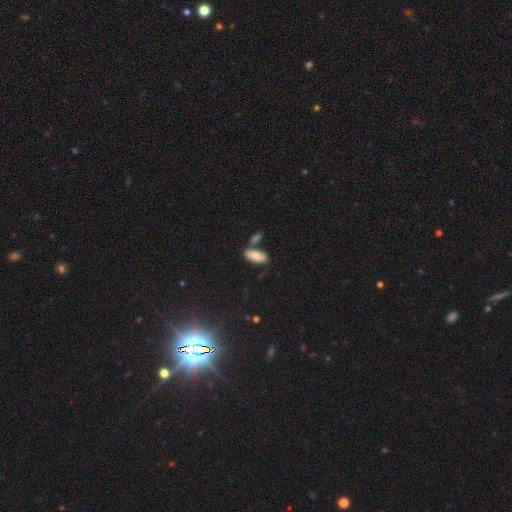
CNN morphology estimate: smooth_or_featured: smooth (p=0.82) [alt: featured or disk p=0.11]
how_rounded: in between (p=0.88) [alt: cigar-shaped p=0.10]
merging: none (p=0.63) [alt: merger p=0.21]